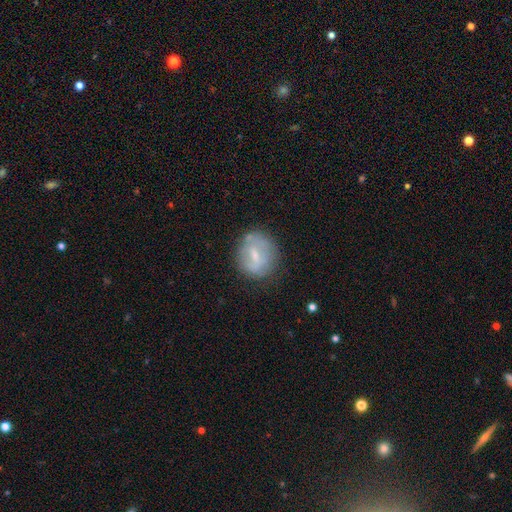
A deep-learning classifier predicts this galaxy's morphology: Overall: smooth (47%; featured or disk 45%). Merging: none (70%).